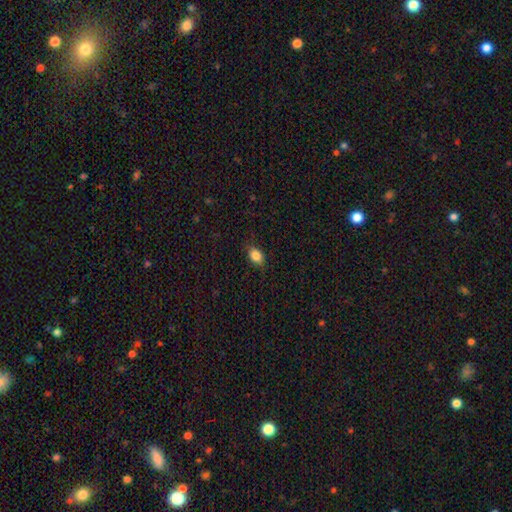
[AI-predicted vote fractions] Smooth or featured? smooth (84%)
How rounded? in between (78%)
Merging? none (80%)